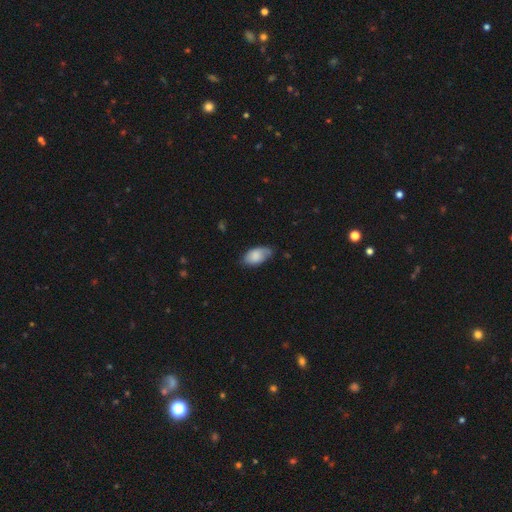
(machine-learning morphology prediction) Overall: smooth (77%). How rounded: in between (94%). Merging: none (63%; minor disturbance 29%).